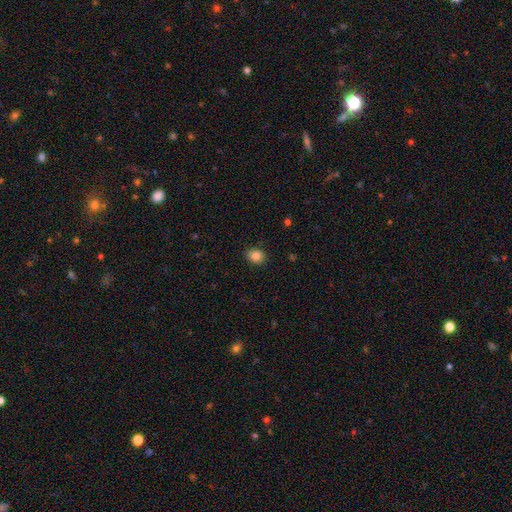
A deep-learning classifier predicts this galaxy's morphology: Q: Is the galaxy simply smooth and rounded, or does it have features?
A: smooth — 86%.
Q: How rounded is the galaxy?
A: round — 57%.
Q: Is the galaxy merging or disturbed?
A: none — 88%.